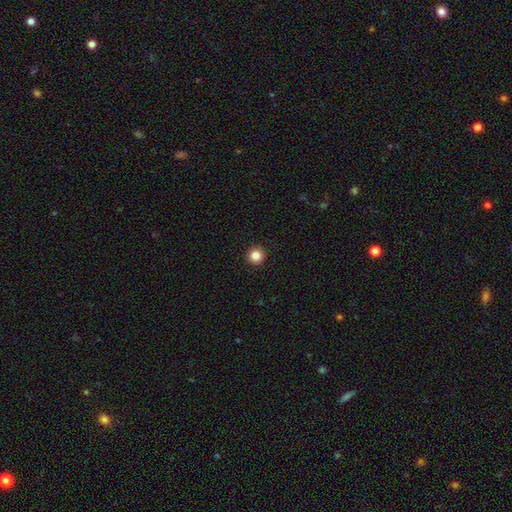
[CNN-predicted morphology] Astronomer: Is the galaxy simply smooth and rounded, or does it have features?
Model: smooth — 86%.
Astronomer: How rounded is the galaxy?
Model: round — 96%.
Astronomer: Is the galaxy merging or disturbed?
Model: none — 93%.